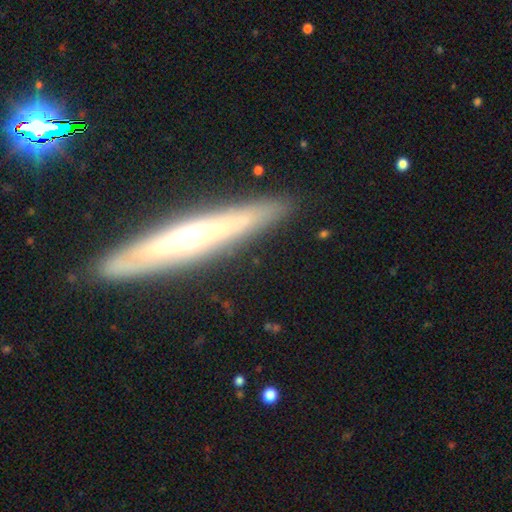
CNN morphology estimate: featured or disk 71%, smooth 22%, star or artifact 8%. Down the decision tree: edge-on disk — yes (87%); edge-on bulge — rounded (64%); merging — none (88%).